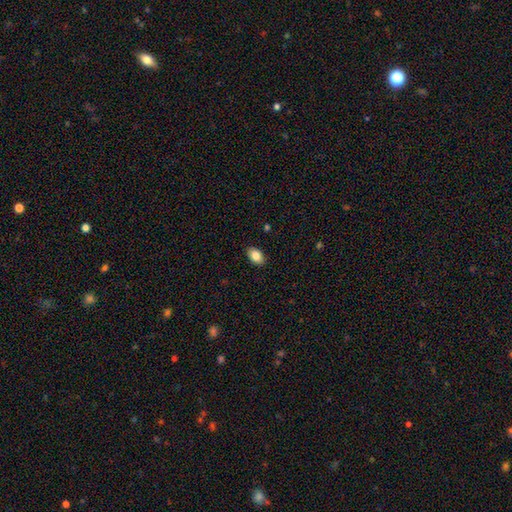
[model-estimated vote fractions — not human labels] Smooth or featured? Predicted: smooth (p=0.85). How rounded? Predicted: in between (p=0.87). Merging? Predicted: none (p=0.89).